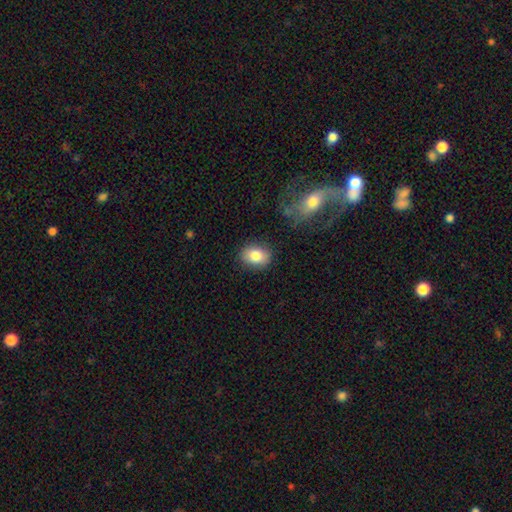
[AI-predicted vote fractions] Morphology: type=smooth (82%); roundness=in between (59%); merging=none (85%).